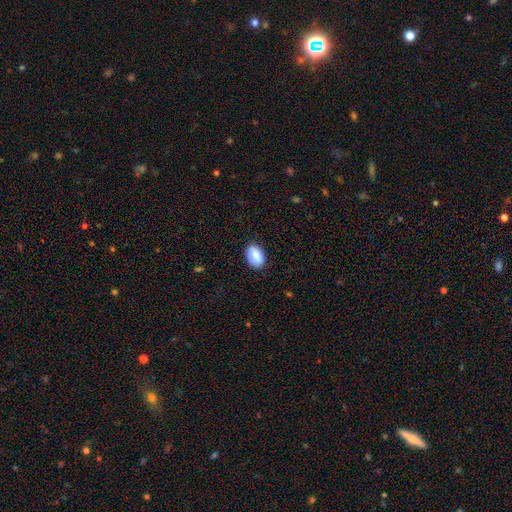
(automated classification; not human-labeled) This is clearly a smooth galaxy (83%). How rounded: clearly in between (88%). Merging: clearly none (83%).